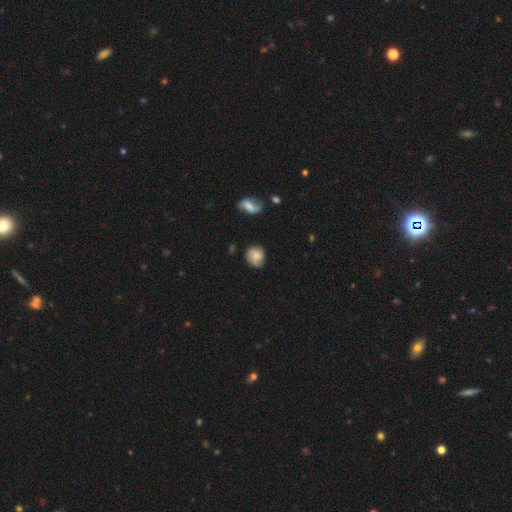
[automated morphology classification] The model was most divided on "merging": none: 69%, minor disturbance: 24%, major disturbance: 5%, merger: 2%. More confident: how rounded — round (73%); smooth or featured — smooth (70%).